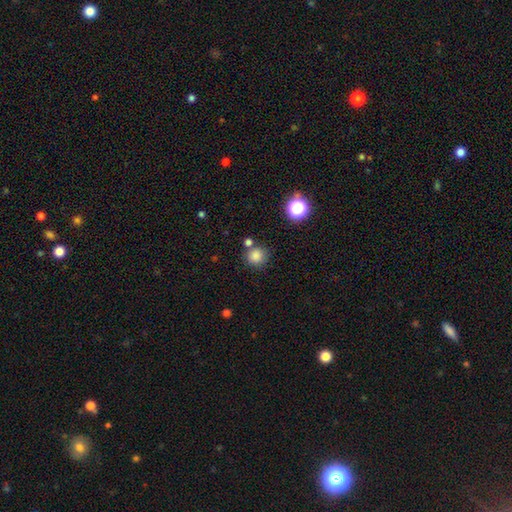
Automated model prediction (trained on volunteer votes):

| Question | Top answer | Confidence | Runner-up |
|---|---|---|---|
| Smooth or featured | smooth | 82% | star or artifact (13%) |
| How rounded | round | 89% | in between (10%) |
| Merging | none | 74% | merger (12%) |